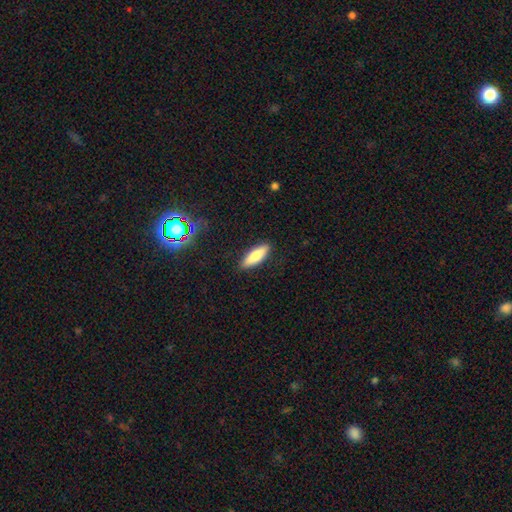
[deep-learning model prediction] smooth 77%, featured or disk 17%, star or artifact 7%. Down the decision tree: how rounded — cigar-shaped (52%); merging — none (88%).